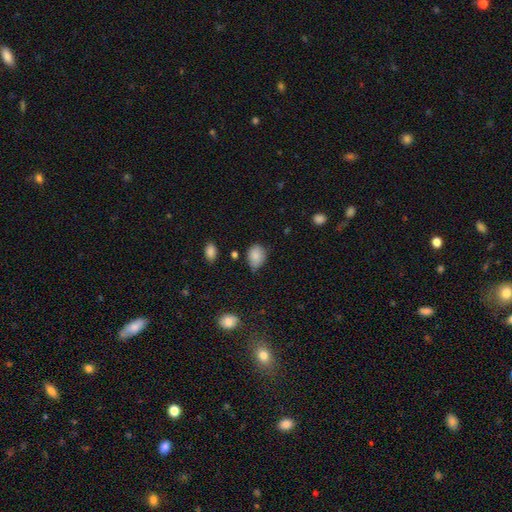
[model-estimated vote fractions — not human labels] Morphology: type=smooth (85%); roundness=in between (69%); merging=none (54%).